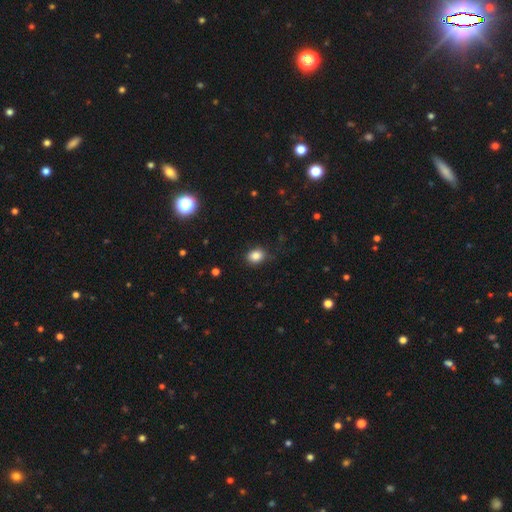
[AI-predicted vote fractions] smooth_or_featured: smooth (p=0.85) [alt: star or artifact p=0.11]
how_rounded: in between (p=0.52) [alt: round p=0.47]
merging: none (p=0.80) [alt: minor disturbance p=0.15]